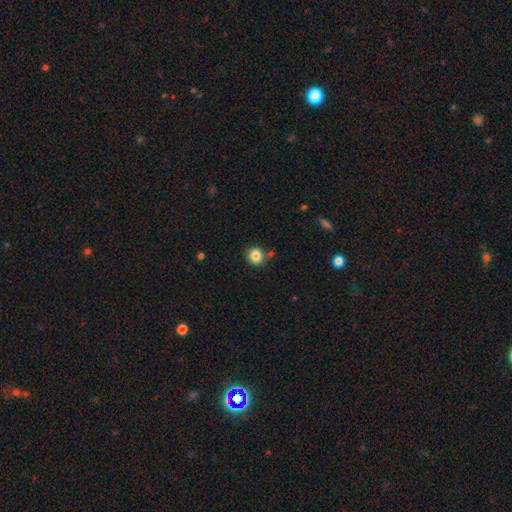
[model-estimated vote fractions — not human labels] smooth-or-featured: smooth: 84% | star or artifact: 11% | featured or disk: 5%
  how-rounded: round: 86% | in between: 13% | cigar-shaped: 1%
  merging: none: 80% | minor disturbance: 10% | merger: 7% | major disturbance: 3%